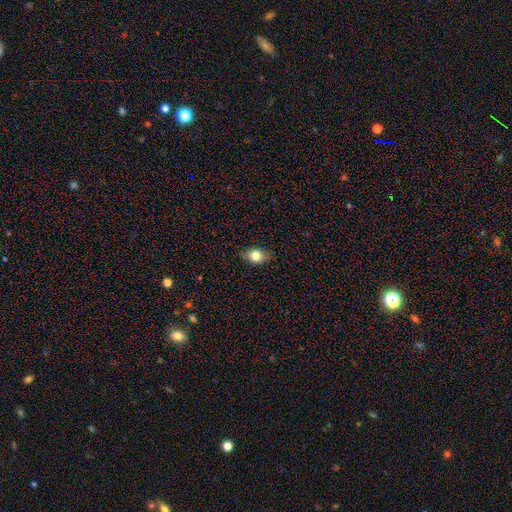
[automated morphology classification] smooth_or_featured: smooth (p=0.79) [alt: featured or disk p=0.12]
how_rounded: in between (p=0.72) [alt: round p=0.26]
merging: none (p=0.83) [alt: minor disturbance p=0.13]